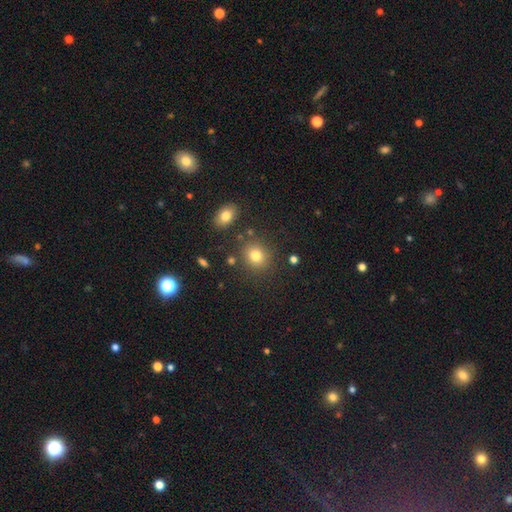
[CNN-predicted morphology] Smooth or featured: smooth — 79% (star or artifact — 13%)
How rounded: round — 75% (in between — 24%)
Merging: none — 82% (minor disturbance — 9%)